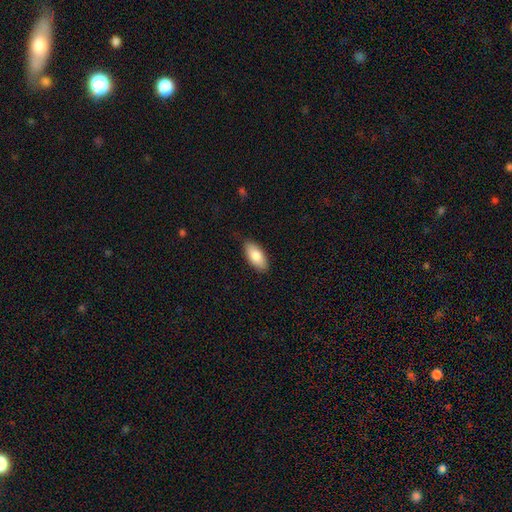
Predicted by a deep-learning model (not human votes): Overall: smooth (84%). How rounded: in between (90%). Merging: none (83%).